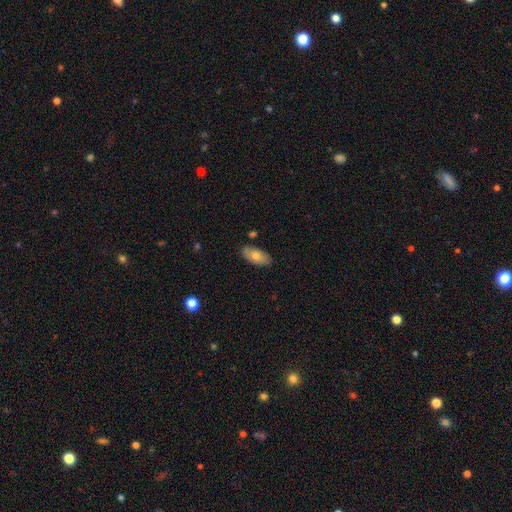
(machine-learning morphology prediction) A smooth galaxy with no disk features (72%) that is in between round and cigar-shaped (91%). Merging: none (83%).